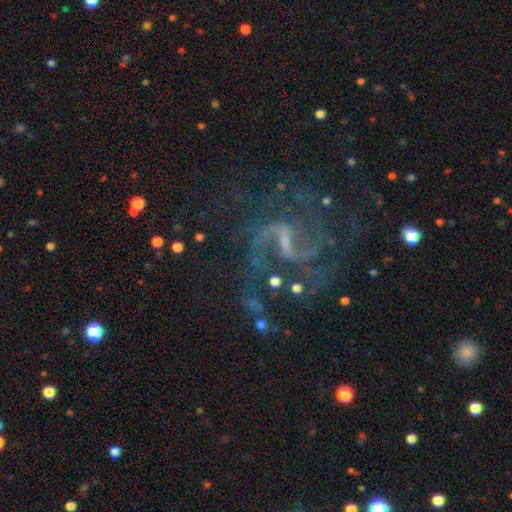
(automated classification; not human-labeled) A featured or disk galaxy (83%) with a weak bar (51%), 2 (65%) medium (46%) spiral arms (93%) and a small central bulge (53%).

Vote fractions:
- Smooth or featured? featured or disk: 83% / star or artifact: 12% / smooth: 5%
- Edge-on disk? no: 97% / yes: 3%
- Bar? weak: 51% / strong: 32% / no: 17%
- Spiral arms? yes: 93% / no: 7%
- Spiral winding? medium: 46% / loose: 38% / tight: 16%
- Spiral arm count? 2: 65% / can't tell: 13% / 3: 9% / 1: 5% / 4: 4% / more than 4: 4%
- Bulge size? small: 53% / none: 31% / moderate: 14% / large: 1% / dominant: 1%
- Merging? none: 60% / major disturbance: 20% / minor disturbance: 16% / merger: 5%